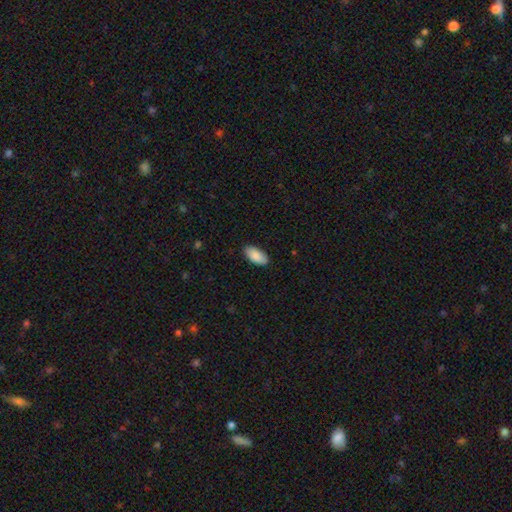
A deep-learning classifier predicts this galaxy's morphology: Smooth or featured?
  - smooth: 89% *
  - star or artifact: 6%
  - featured or disk: 5%
How rounded?
  - in between: 93% *
  - cigar-shaped: 5%
  - round: 2%
Merging?
  - none: 88% *
  - minor disturbance: 9%
  - major disturbance: 2%
  - merger: 1%